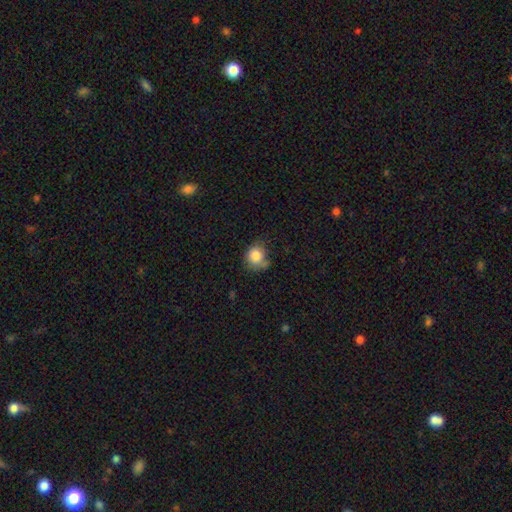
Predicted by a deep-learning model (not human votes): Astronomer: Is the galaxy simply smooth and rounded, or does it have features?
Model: smooth — 84%.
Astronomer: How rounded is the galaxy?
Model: round — 76%.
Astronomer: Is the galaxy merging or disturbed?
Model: none — 52% (runner-up: minor disturbance, 33%).